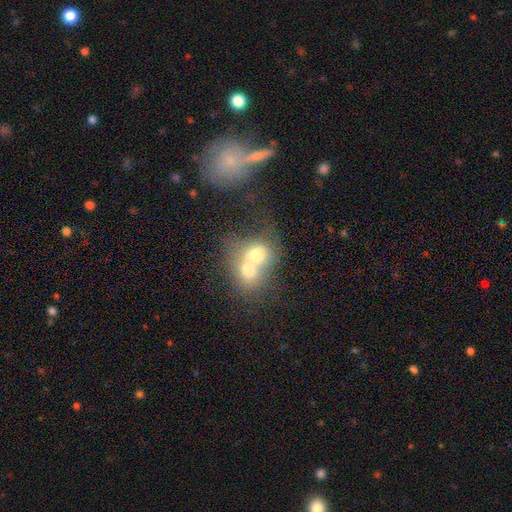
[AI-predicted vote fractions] Smooth or featured?
  - smooth: 64% *
  - featured or disk: 25%
  - star or artifact: 10%
How rounded?
  - round: 57% *
  - in between: 41%
  - cigar-shaped: 1%
Merging?
  - merger: 77% *
  - none: 14%
  - minor disturbance: 5%
  - major disturbance: 4%